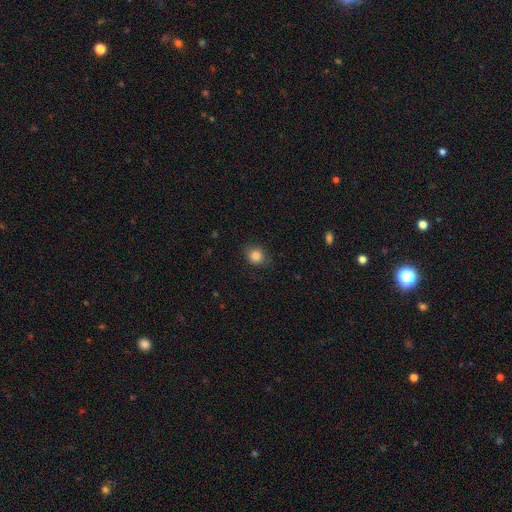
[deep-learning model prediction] A smooth galaxy with no disk features (85%) that is round (72%). Merging: none (80%).